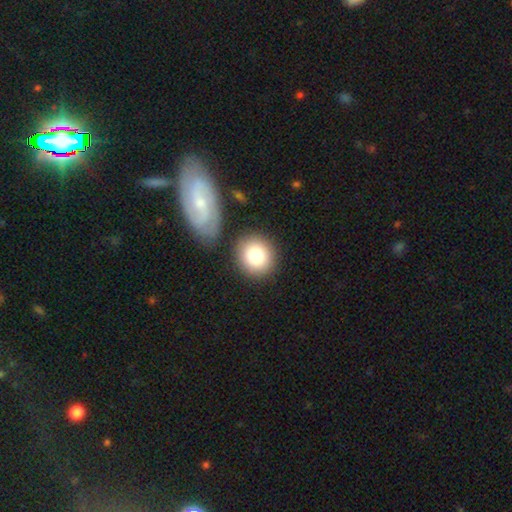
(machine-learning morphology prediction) Smooth or featured: smooth — 83% (featured or disk — 9%)
How rounded: round — 84% (in between — 15%)
Merging: none — 80% (minor disturbance — 10%)